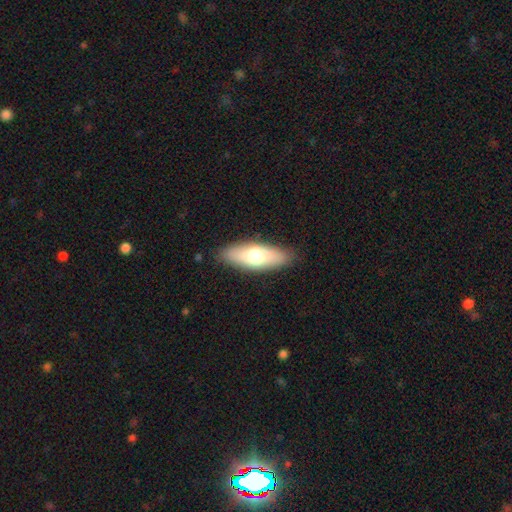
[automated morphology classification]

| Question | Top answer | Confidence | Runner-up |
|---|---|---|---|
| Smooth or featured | smooth | 68% | featured or disk (26%) |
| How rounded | in between | 60% | cigar-shaped (37%) |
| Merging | none | 87% | minor disturbance (10%) |